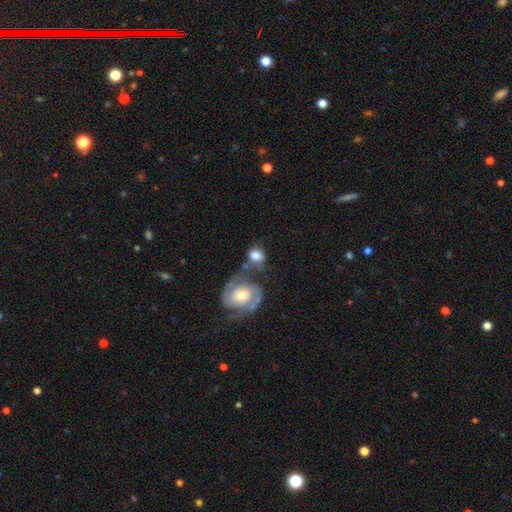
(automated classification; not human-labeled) Smooth or featured? Predicted: smooth (p=0.55). How rounded? Predicted: in between (p=0.50). Merging? Predicted: merger (p=0.41).